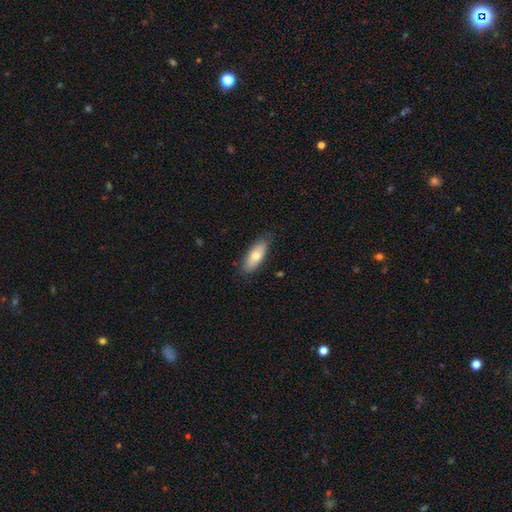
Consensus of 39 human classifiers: smooth_or_featured: smooth (p=0.62) [alt: featured or disk p=0.31]
how_rounded: in between (p=0.54) [alt: cigar-shaped p=0.46]
merging: none (p=0.75) [alt: minor disturbance p=0.19]